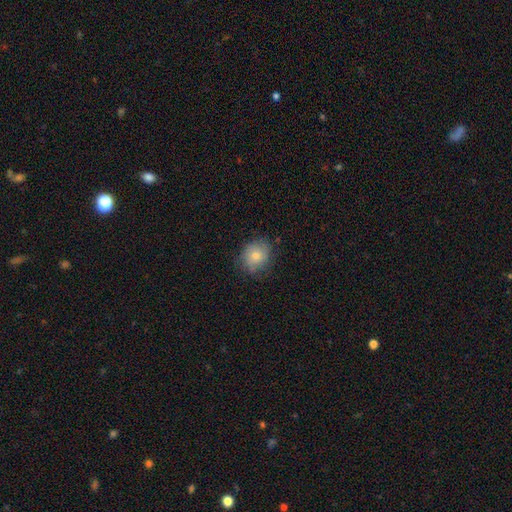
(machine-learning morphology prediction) The model was most divided on "how rounded": round: 68%, in between: 31%, cigar-shaped: 1%. More confident: smooth or featured — smooth (74%); merging — none (73%).